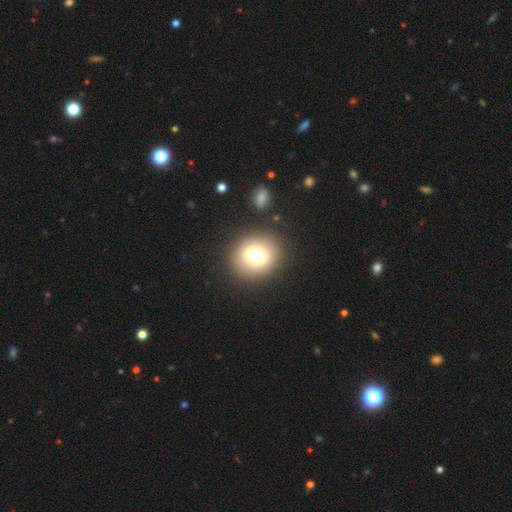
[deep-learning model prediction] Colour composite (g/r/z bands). It shows a smooth galaxy with no disk features (65%) that is round (81%). Merging: none (85%).